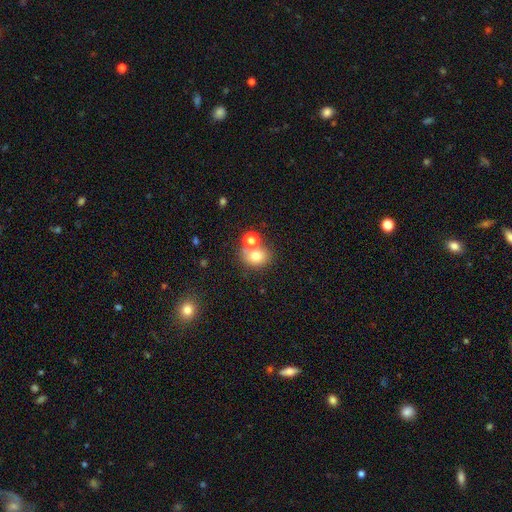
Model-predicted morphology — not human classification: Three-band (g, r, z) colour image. It shows a smooth galaxy with no disk features (74%) that is round (64%). Merging: none (52%).